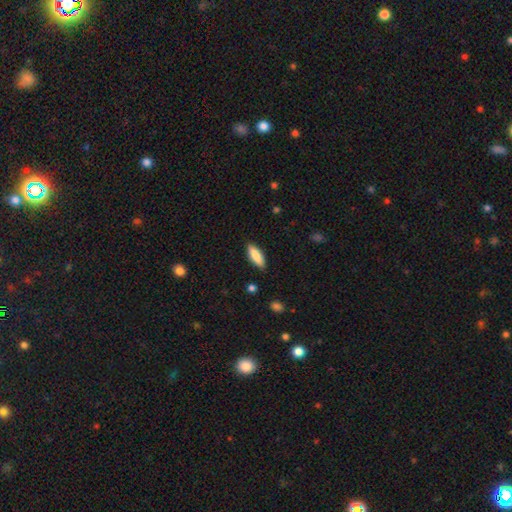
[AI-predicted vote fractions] A smooth galaxy with no disk features (83%) that is in between round and cigar-shaped (59%).

Vote fractions:
- Smooth or featured? smooth: 83% / featured or disk: 11% / star or artifact: 6%
- How rounded? in between: 59% / cigar-shaped: 40% / round: 2%
- Merging? none: 87% / minor disturbance: 10% / major disturbance: 2% / merger: 1%